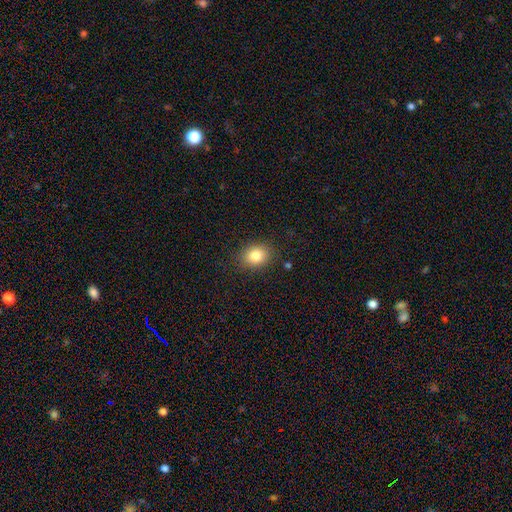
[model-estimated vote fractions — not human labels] smooth_or_featured: smooth (p=0.83) [alt: star or artifact p=0.10]
how_rounded: round (p=0.51) [alt: in between p=0.48]
merging: none (p=0.86) [alt: minor disturbance p=0.10]